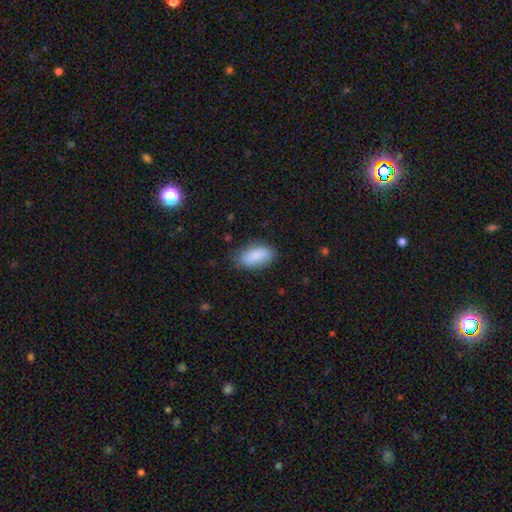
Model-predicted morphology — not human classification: Smooth or featured: smooth — 87% (featured or disk — 6%)
How rounded: in between — 91% (cigar-shaped — 7%)
Merging: none — 76% (minor disturbance — 19%)